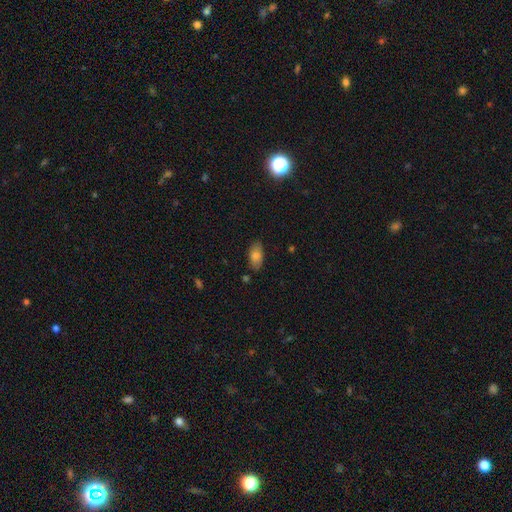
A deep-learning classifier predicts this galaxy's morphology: Smooth or featured? smooth (79%)
How rounded? in between (92%)
Merging? none (82%)